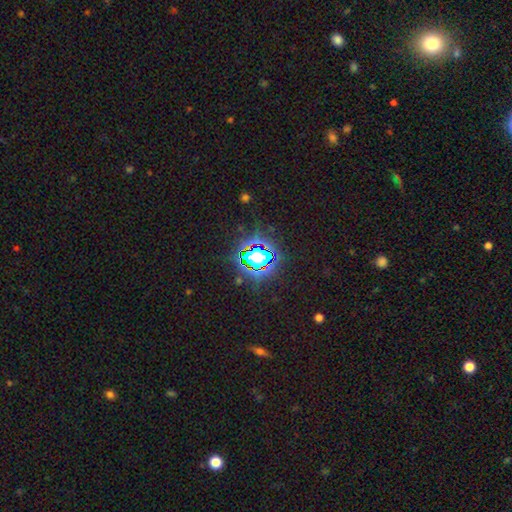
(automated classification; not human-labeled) Smooth or featured: star or artifact — 79% (smooth — 13%)